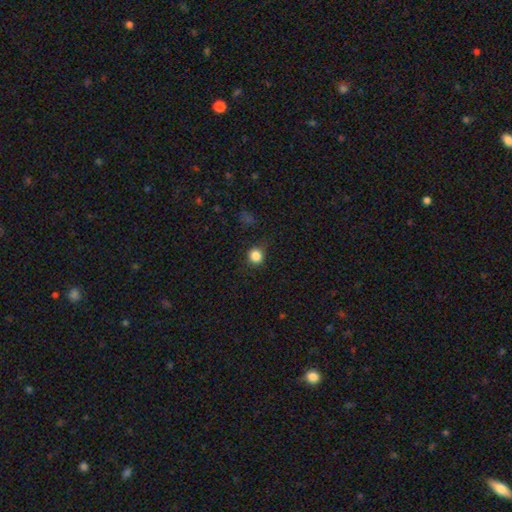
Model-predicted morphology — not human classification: Smooth or featured? Predicted: smooth (p=0.84). How rounded? Predicted: round (p=0.85). Merging? Predicted: none (p=0.83).